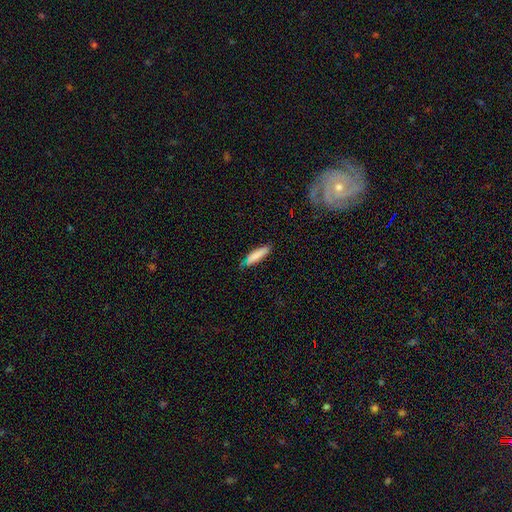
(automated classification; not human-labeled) Morphology: type=smooth (84%); roundness=cigar-shaped (75%); merging=none (74%).